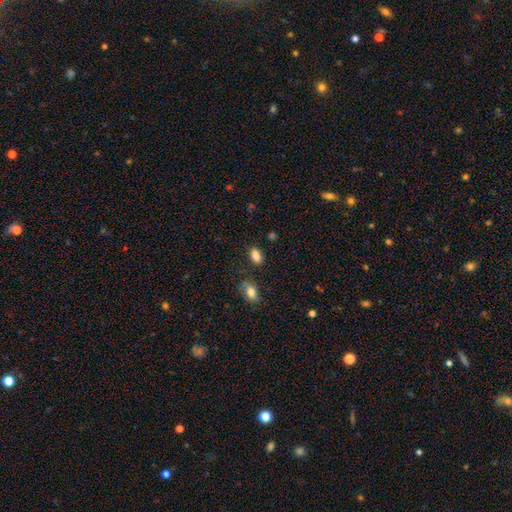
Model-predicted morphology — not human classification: Q: Smooth or featured?
A: smooth (86%); runner-up: star or artifact (9%)
Q: How rounded?
A: in between (89%); runner-up: round (9%)
Q: Merging?
A: none (81%); runner-up: minor disturbance (12%)